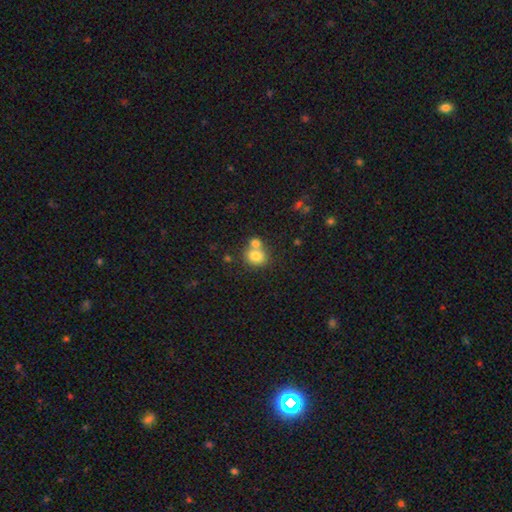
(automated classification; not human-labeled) Overall: smooth (78%). How rounded: round (69%; in between 30%). Merging: none (46%; merger 43%).